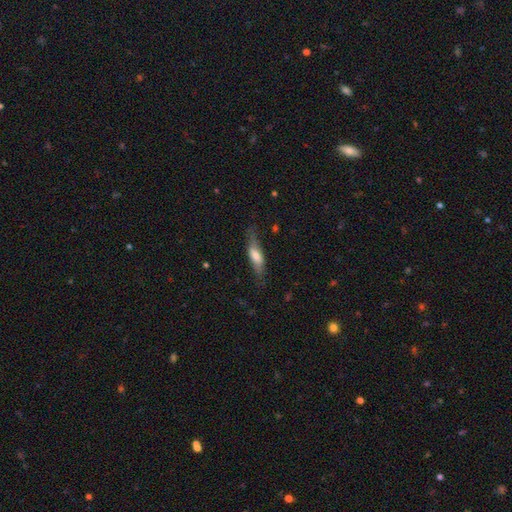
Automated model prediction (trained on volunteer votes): Morphology: type=smooth (55%); roundness=cigar-shaped (56%); merging=none (67%).